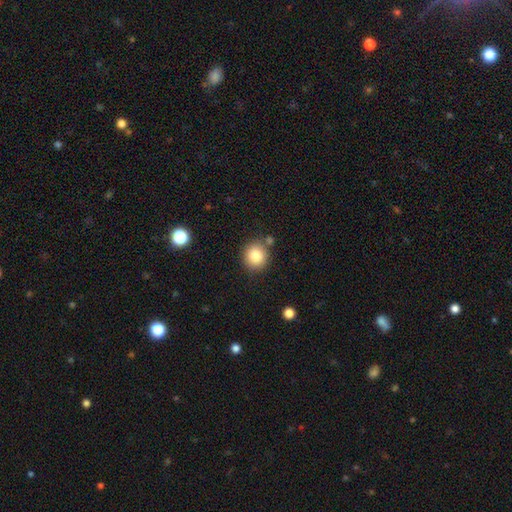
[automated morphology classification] smooth_or_featured: smooth (p=0.83) [alt: star or artifact p=0.10]
how_rounded: round (p=0.87) [alt: in between p=0.12]
merging: none (p=0.79) [alt: minor disturbance p=0.11]